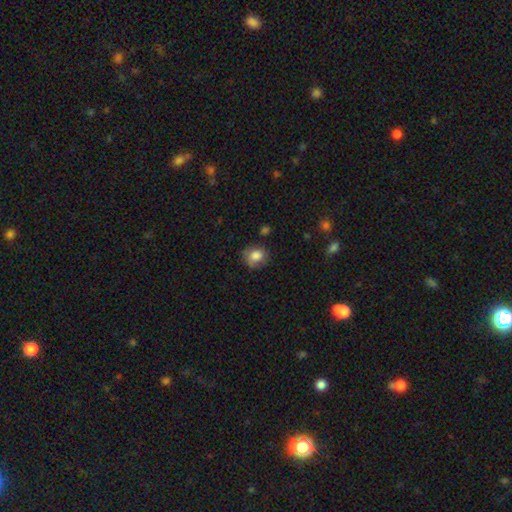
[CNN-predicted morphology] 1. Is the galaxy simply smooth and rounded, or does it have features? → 81% smooth, 10% featured or disk, 9% star or artifact.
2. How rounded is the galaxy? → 75% round, 24% in between, 1% cigar-shaped.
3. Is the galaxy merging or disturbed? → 72% none, 20% minor disturbance, 5% major disturbance, 2% merger.